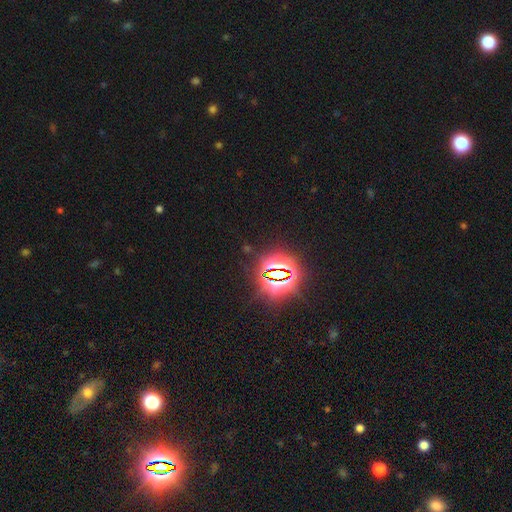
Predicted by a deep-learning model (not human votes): A star or artifact, not a galaxy (82%).